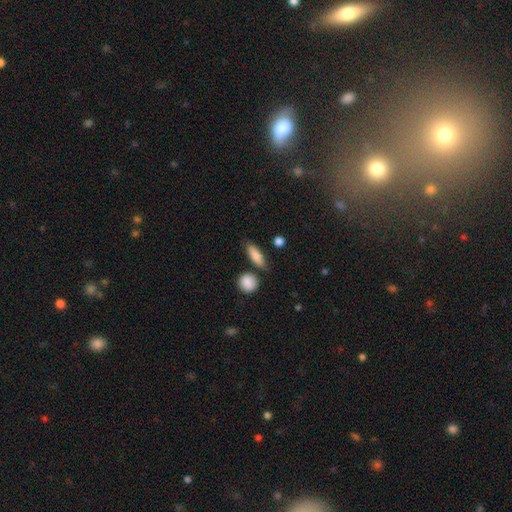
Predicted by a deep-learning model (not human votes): Morphology: type=smooth (83%); roundness=in between (58%); merging=none (75%).